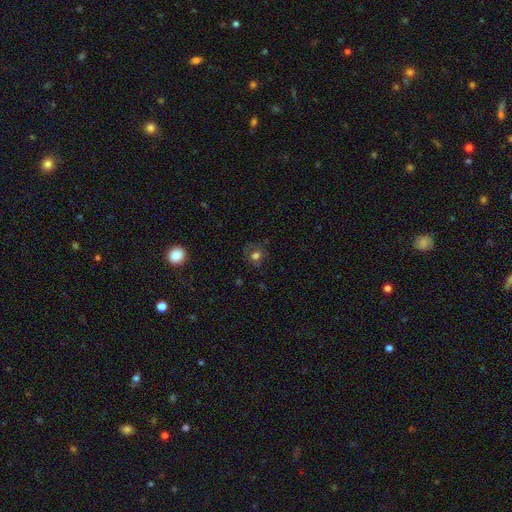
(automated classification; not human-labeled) Overall: smooth (65%). How rounded: round (79%). Merging: none (74%).